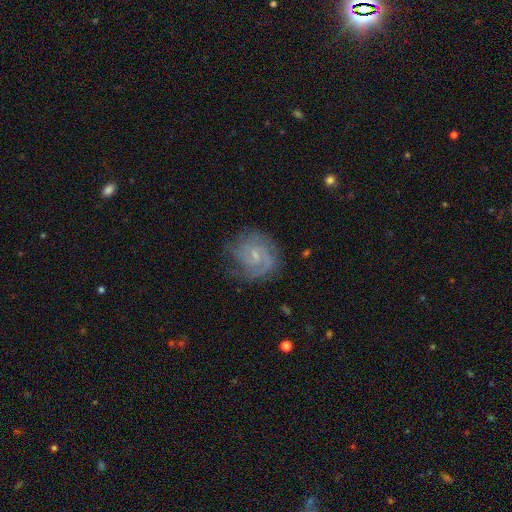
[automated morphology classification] smooth_or_featured: featured or disk (p=0.81) [alt: smooth p=0.12]
disk_edge_on: no (p=0.98) [alt: yes p=0.02]
bar: no (p=0.56) [alt: weak p=0.39]
has_spiral_arms: yes (p=0.95) [alt: no p=0.05]
spiral_winding: tight (p=0.58) [alt: medium p=0.34]
spiral_arm_count: 2 (p=0.42) [alt: can't tell p=0.24]
bulge_size: small (p=0.74) [alt: moderate p=0.19]
merging: none (p=0.72) [alt: minor disturbance p=0.19]